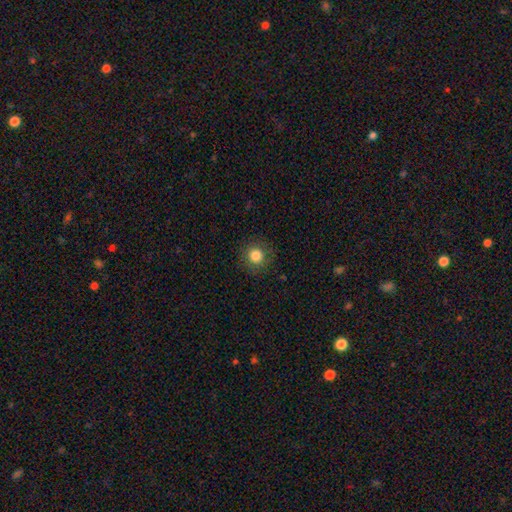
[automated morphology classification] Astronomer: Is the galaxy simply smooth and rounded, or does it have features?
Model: smooth — 83%.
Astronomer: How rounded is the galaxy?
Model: round — 93%.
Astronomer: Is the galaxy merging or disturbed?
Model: none — 89%.